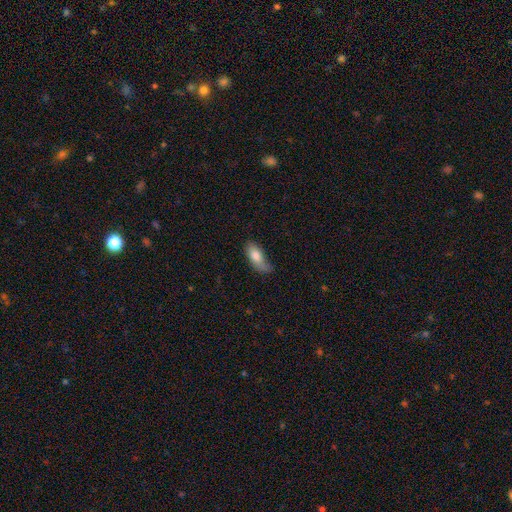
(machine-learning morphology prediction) Overall: smooth (80%). How rounded: in between (84%). Merging: none (44%; minor disturbance 37%).